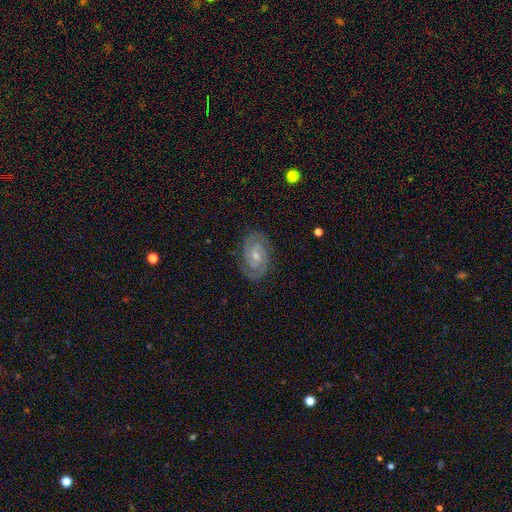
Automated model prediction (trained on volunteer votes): Morphology: type=featured or disk (88%); edge-on=no (97%); bar=no (53%); spiral arms=yes (98%); winding=tight (68%); arm count=2 (85%); bulge=small (61%); merging=none (85%).